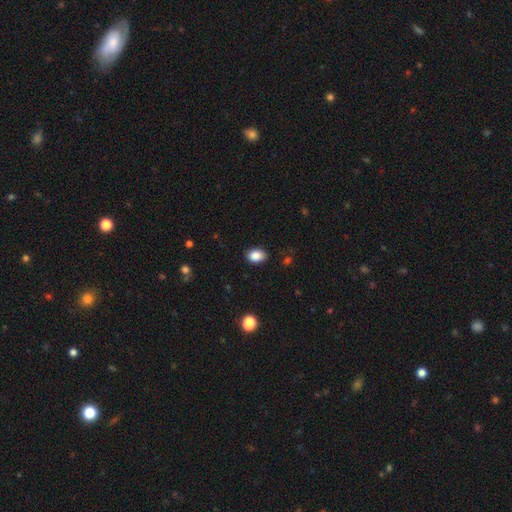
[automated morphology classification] The model was most divided on "how rounded": in between: 76%, round: 23%, cigar-shaped: 1%. More confident: smooth or featured — smooth (87%); merging — none (87%).